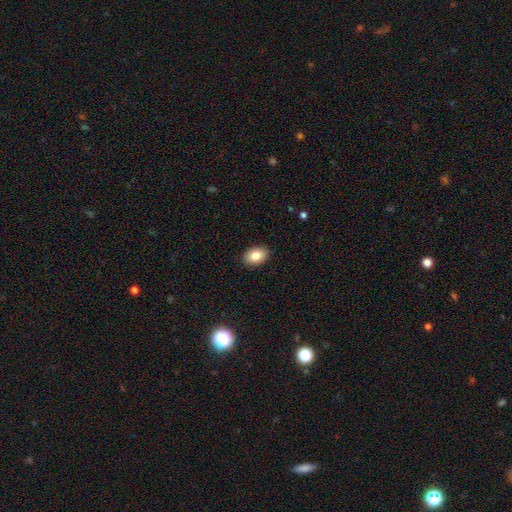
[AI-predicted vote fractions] smooth_or_featured: smooth (p=0.85) [alt: star or artifact p=0.08]
how_rounded: in between (p=0.82) [alt: round p=0.17]
merging: none (p=0.90) [alt: minor disturbance p=0.07]